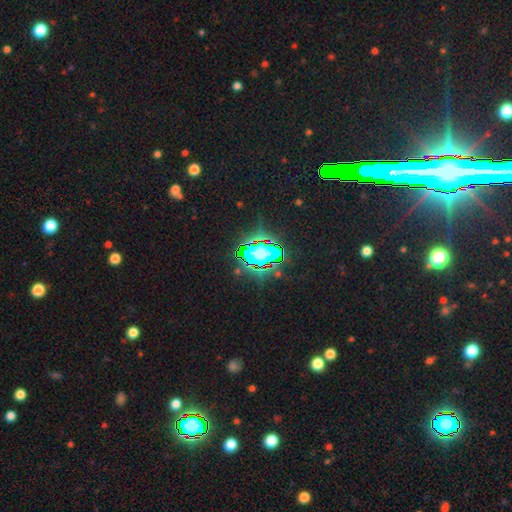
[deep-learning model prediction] The model was most divided on "smooth or featured": star or artifact: 75%, smooth: 14%, featured or disk: 10%.